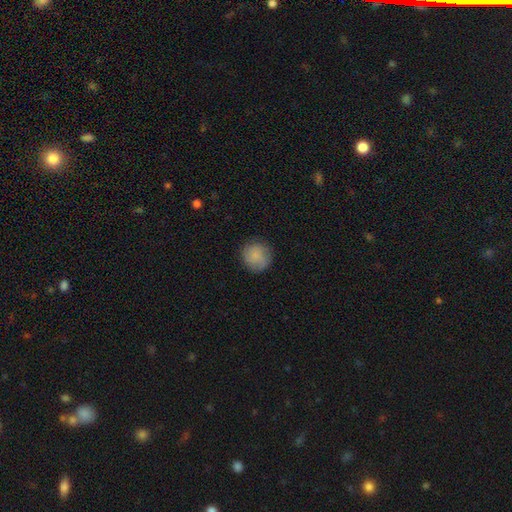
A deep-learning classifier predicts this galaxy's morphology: smooth-or-featured: smooth: 82% | featured or disk: 11% | star or artifact: 8%
  how-rounded: round: 92% | in between: 7% | cigar-shaped: 1%
  merging: none: 80% | minor disturbance: 15% | major disturbance: 4% | merger: 1%